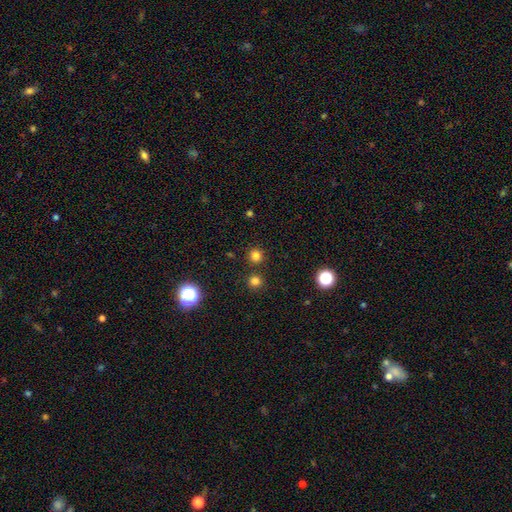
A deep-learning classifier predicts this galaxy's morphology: smooth_or_featured: smooth (p=0.77) [alt: star or artifact p=0.18]
how_rounded: round (p=0.94) [alt: in between p=0.05]
merging: none (p=0.87) [alt: merger p=0.06]